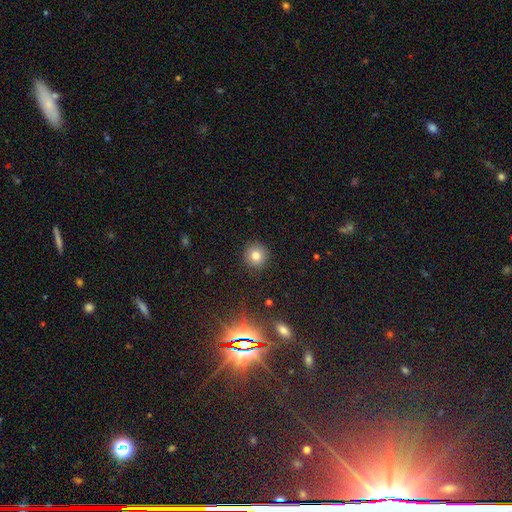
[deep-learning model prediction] A smooth galaxy with no disk features (80%) that is round (93%). Merging: none (90%).